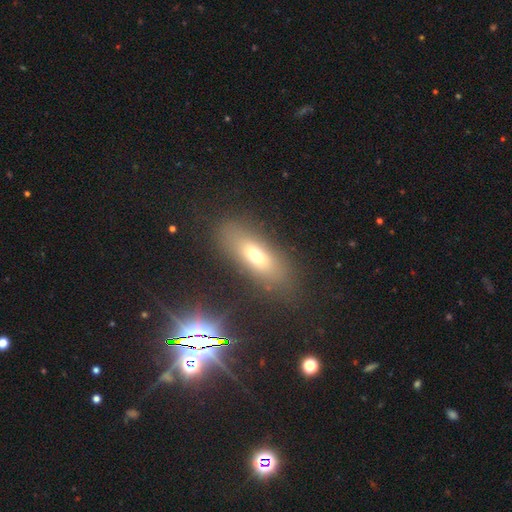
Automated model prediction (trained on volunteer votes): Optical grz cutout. It shows a smooth galaxy with no disk features (60%) that is in between round and cigar-shaped (66%). Merging: none (82%).